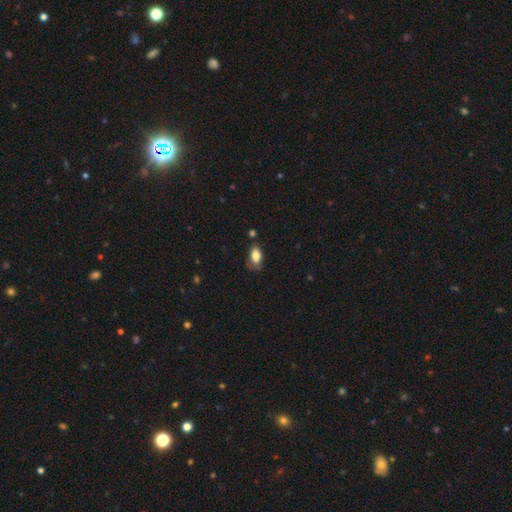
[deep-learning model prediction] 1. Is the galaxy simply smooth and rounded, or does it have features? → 79% smooth, 13% featured or disk, 8% star or artifact.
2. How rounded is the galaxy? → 91% in between, 6% round, 3% cigar-shaped.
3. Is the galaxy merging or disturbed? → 48% none, 34% minor disturbance, 14% major disturbance, 4% merger.